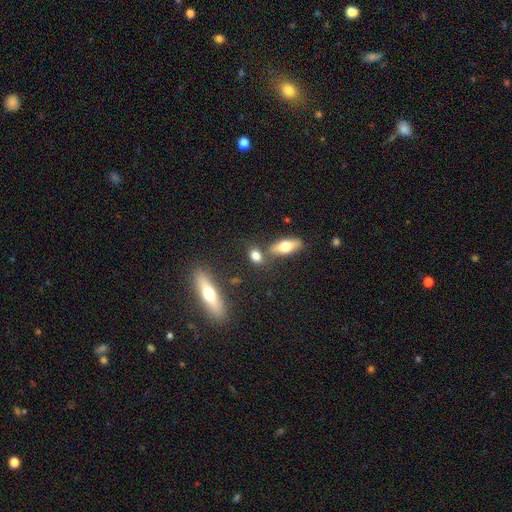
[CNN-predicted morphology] The model was most divided on "how rounded": in between: 61%, round: 25%, cigar-shaped: 14%. More confident: smooth or featured — smooth (74%); merging — none (62%).